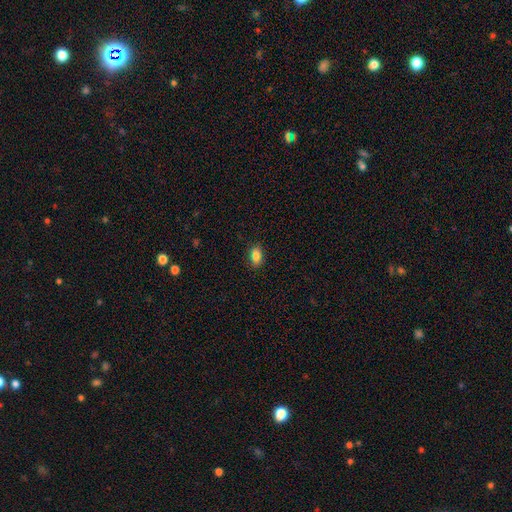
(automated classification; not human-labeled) smooth 85%, star or artifact 8%, featured or disk 6%. Down the decision tree: how rounded — in between (88%); merging — none (87%).